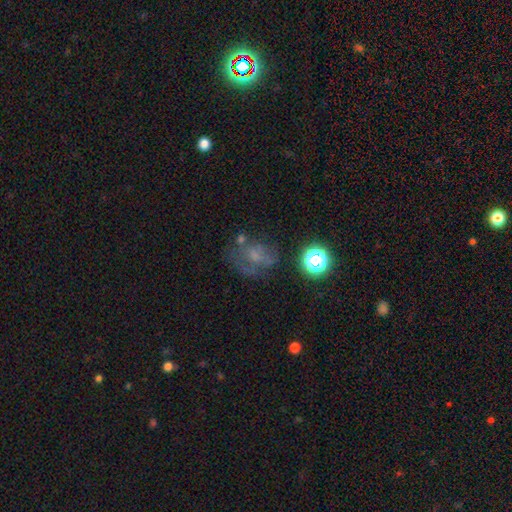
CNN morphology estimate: Smooth or featured? smooth (40%)
Merging? none (44%)